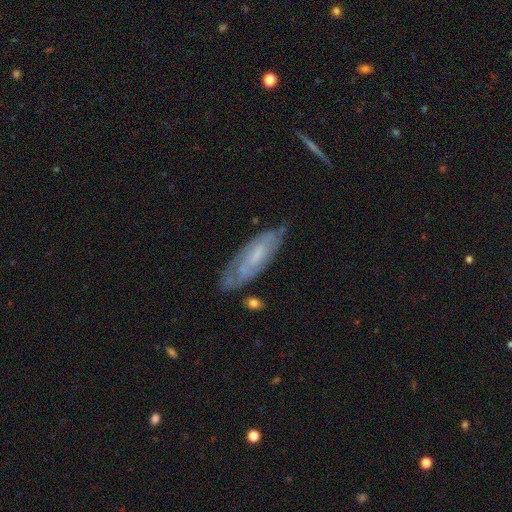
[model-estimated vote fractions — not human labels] featured or disk 63%, smooth 31%, star or artifact 7%. Down the decision tree: edge-on disk — no (79%); merging — none (68%).